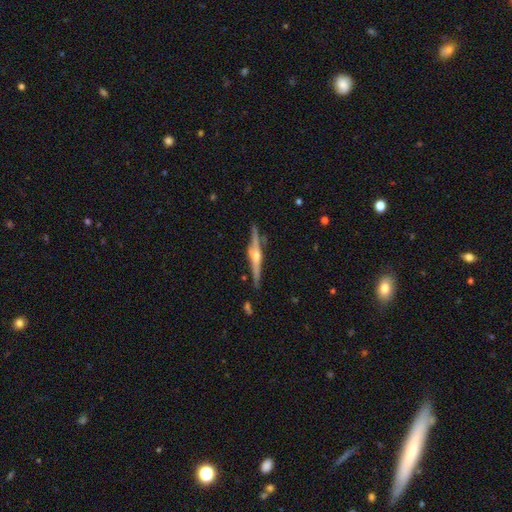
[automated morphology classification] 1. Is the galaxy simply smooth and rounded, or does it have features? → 85% featured or disk, 10% smooth, 6% star or artifact.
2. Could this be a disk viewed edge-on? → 98% yes, 2% no.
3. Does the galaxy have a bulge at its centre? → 91% rounded, 6% boxy, 3% none.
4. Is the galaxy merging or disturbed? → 86% none, 9% minor disturbance, 2% merger, 2% major disturbance.